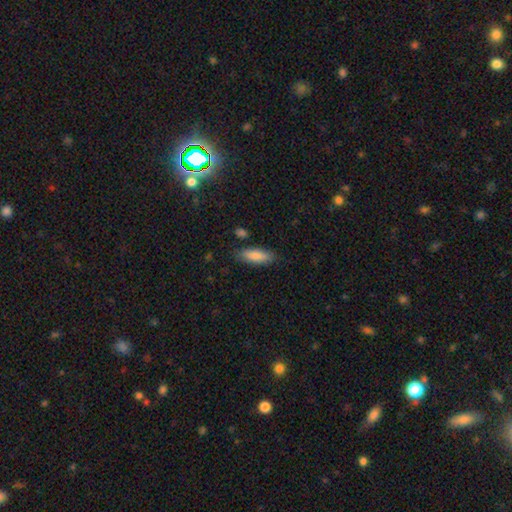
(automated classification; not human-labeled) Smooth or featured?
  - smooth: 83% *
  - featured or disk: 10%
  - star or artifact: 6%
How rounded?
  - in between: 60% *
  - cigar-shaped: 38%
  - round: 2%
Merging?
  - none: 83% *
  - minor disturbance: 12%
  - major disturbance: 3%
  - merger: 2%